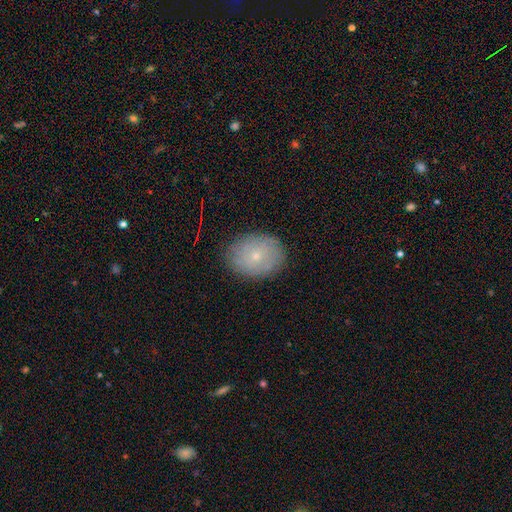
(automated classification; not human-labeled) Smooth or featured: smooth — 62% (featured or disk — 28%)
How rounded: in between — 57% (round — 42%)
Merging: none — 85% (minor disturbance — 11%)